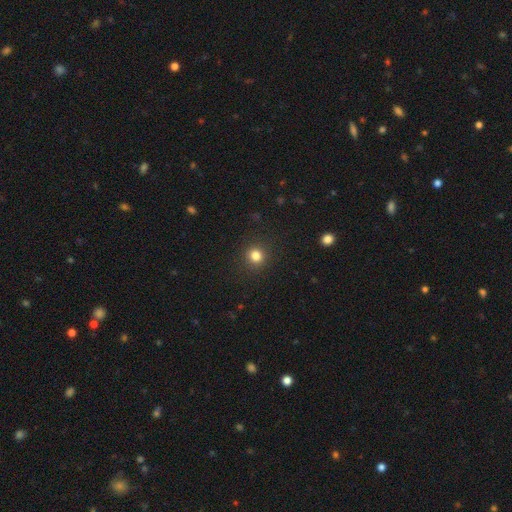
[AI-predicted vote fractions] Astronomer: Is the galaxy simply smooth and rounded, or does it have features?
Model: smooth — 82%.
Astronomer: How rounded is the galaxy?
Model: round — 90%.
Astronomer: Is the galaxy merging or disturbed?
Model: none — 91%.